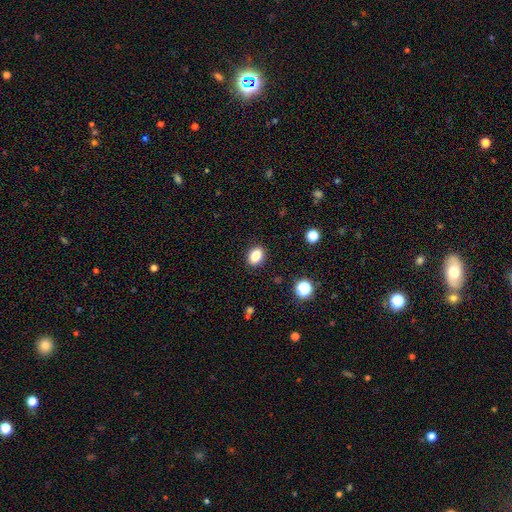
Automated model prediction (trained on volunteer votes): smooth 83%, star or artifact 11%, featured or disk 7%. Down the decision tree: how rounded — in between (71%); merging — none (89%).